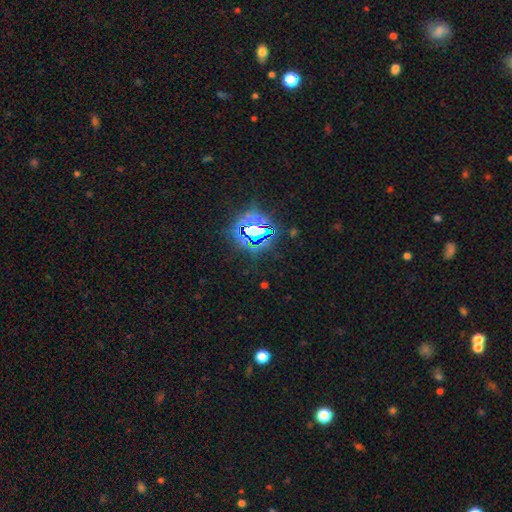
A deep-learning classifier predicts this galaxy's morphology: A star or artifact, not a galaxy (83%).

Vote fractions:
- Smooth or featured? star or artifact: 83% / smooth: 11% / featured or disk: 7%